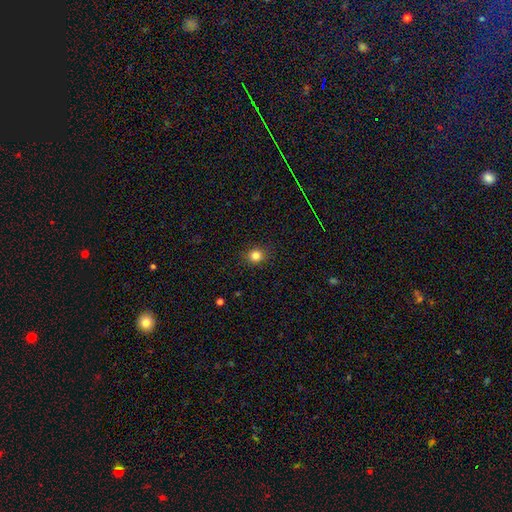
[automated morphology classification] A smooth galaxy with no disk features (83%) that is round (79%). Merging: none (89%).